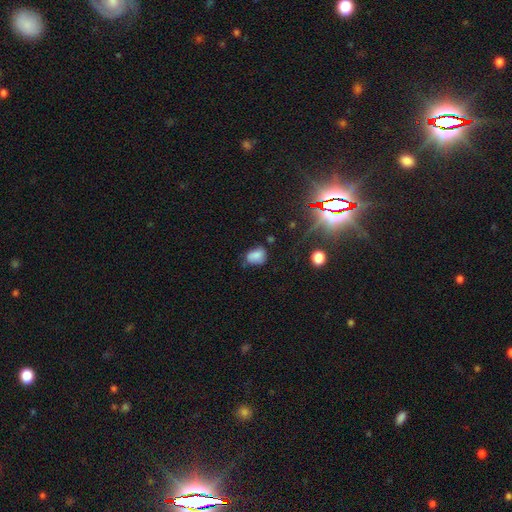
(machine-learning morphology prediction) The model was most divided on "merging": none: 53%, minor disturbance: 34%, major disturbance: 8%, merger: 5%. More confident: smooth or featured — smooth (78%); how rounded — in between (72%).